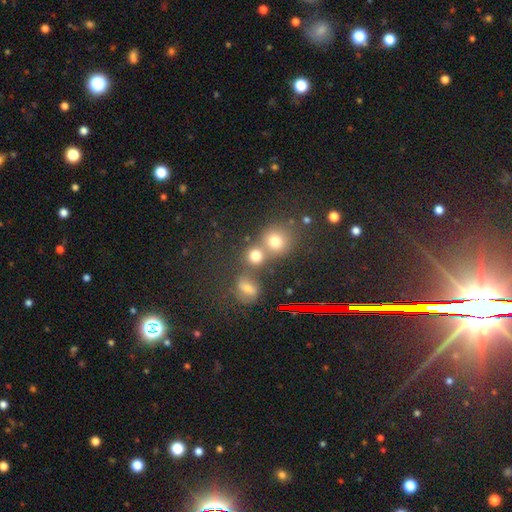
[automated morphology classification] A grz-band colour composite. It shows a smooth galaxy with no disk features (72%) that is round (84%). Merging: none (53%).